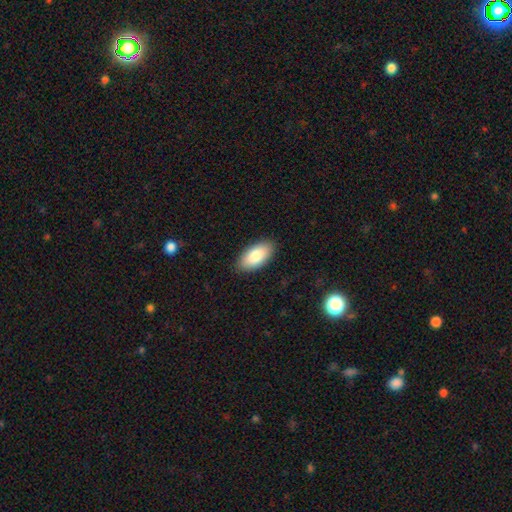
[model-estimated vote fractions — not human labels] This is clearly a smooth galaxy (83%). How rounded: clearly in between (94%). Merging: clearly none (88%).